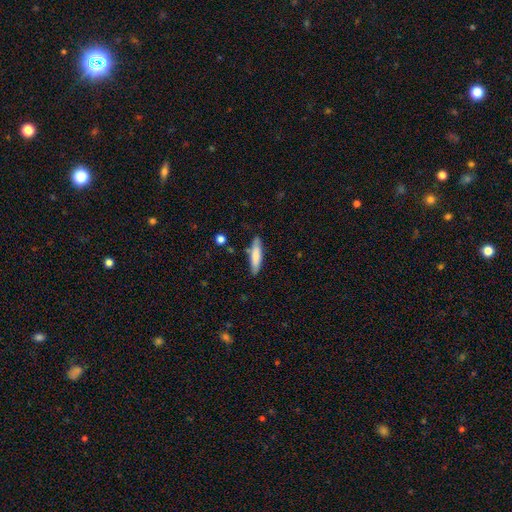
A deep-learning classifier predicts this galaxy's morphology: smooth_or_featured: smooth (p=0.76) [alt: featured or disk p=0.18]
how_rounded: cigar-shaped (p=0.75) [alt: in between p=0.24]
merging: none (p=0.80) [alt: minor disturbance p=0.15]